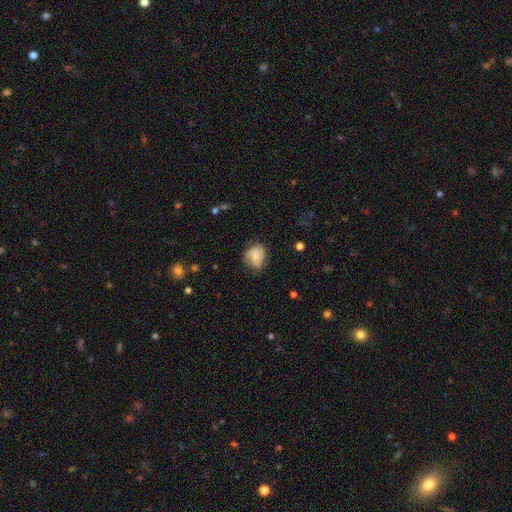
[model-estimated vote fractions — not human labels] This is likely a smooth galaxy (61%). How rounded: possibly round (58%). Merging: likely none (61%).